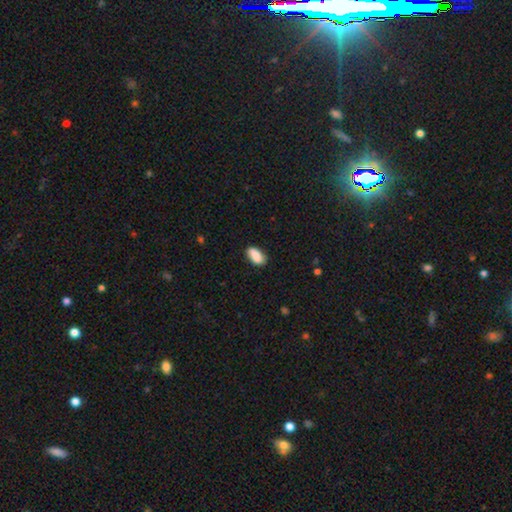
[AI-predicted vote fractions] smooth_or_featured: smooth (p=0.87) [alt: star or artifact p=0.07]
how_rounded: in between (p=0.90) [alt: cigar-shaped p=0.07]
merging: none (p=0.80) [alt: minor disturbance p=0.16]